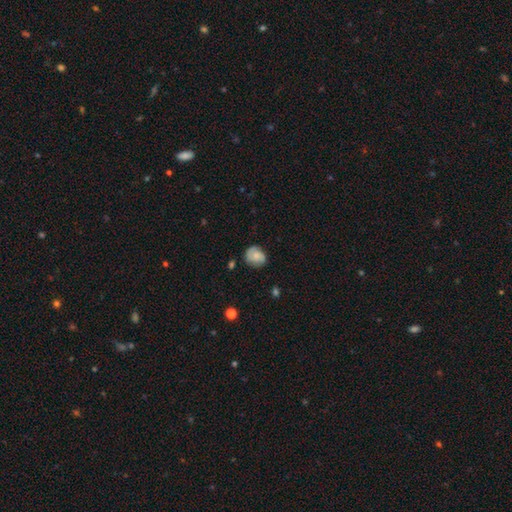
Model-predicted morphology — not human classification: Smooth or featured: smooth — 59% (featured or disk — 33%)
How rounded: round — 69% (in between — 30%)
Merging: none — 69% (minor disturbance — 23%)